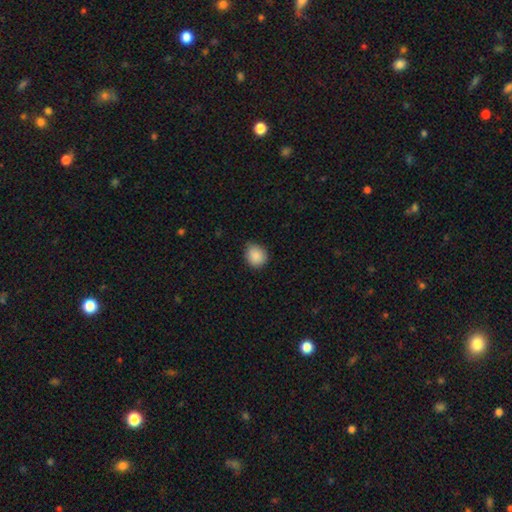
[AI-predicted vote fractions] smooth 88%, star or artifact 8%, featured or disk 4%. Down the decision tree: how rounded — round (73%); merging — none (76%).